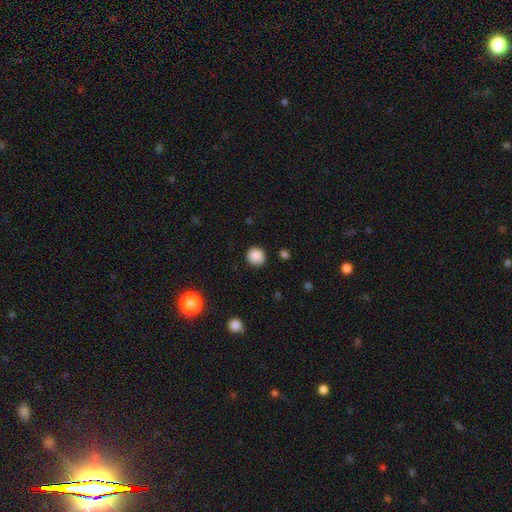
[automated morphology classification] smooth_or_featured: smooth (p=0.87) [alt: star or artifact p=0.10]
how_rounded: round (p=0.89) [alt: in between p=0.10]
merging: none (p=0.87) [alt: minor disturbance p=0.09]